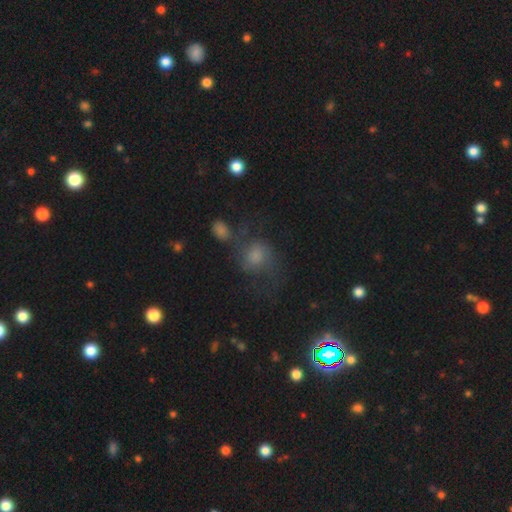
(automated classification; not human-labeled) Smooth or featured? Predicted: smooth (p=0.52). How rounded? Predicted: round (p=0.69). Merging? Predicted: none (p=0.45).